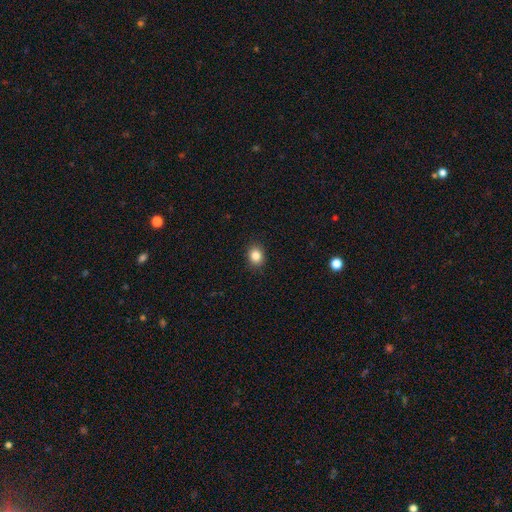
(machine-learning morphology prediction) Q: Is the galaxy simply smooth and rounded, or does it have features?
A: smooth — 85%.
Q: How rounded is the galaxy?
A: round — 60%.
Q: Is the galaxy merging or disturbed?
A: none — 90%.